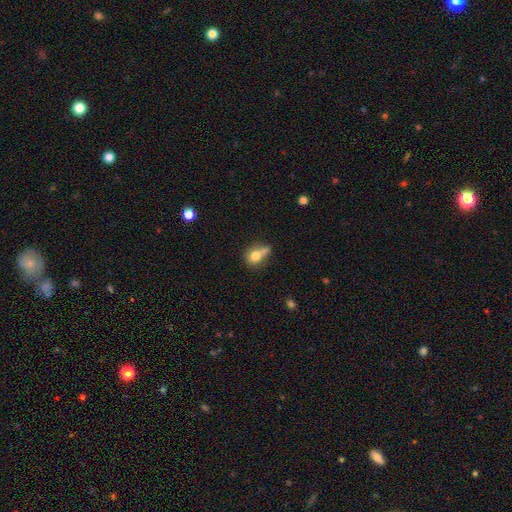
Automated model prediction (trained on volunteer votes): Overall: smooth (74%). How rounded: round (59%; in between 38%). Merging: none (36%; merger 32%).